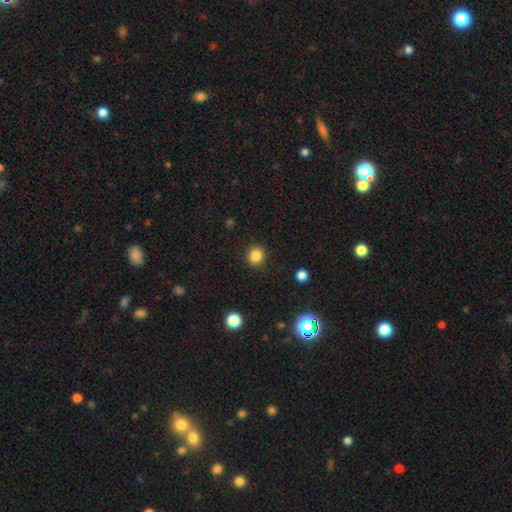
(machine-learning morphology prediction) Smooth or featured? Predicted: smooth (p=0.85). How rounded? Predicted: round (p=0.89). Merging? Predicted: none (p=0.91).